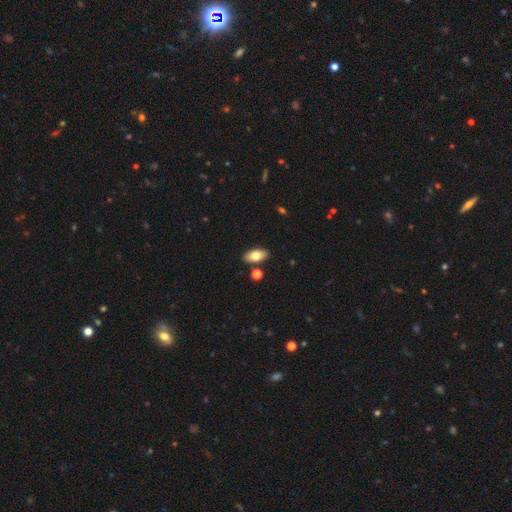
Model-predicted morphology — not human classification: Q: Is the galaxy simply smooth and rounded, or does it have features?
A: smooth — 77%.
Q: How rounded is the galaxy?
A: in between — 91%.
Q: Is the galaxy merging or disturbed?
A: none — 84%.